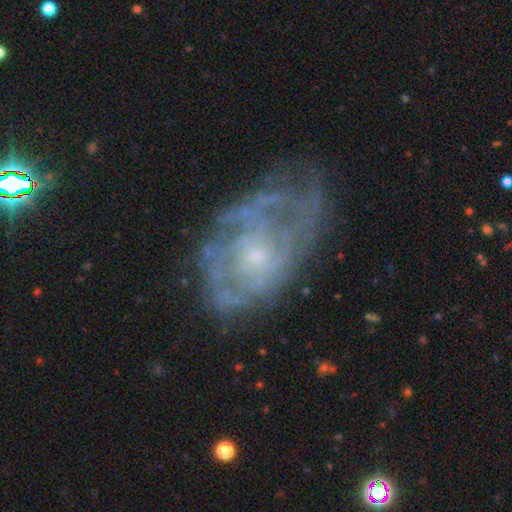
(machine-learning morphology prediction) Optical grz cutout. It shows a featured or disk galaxy (77%) with no bar (78%), tight (56%) spiral arms (74%) and a small central bulge (71%). Merging: none (57%).